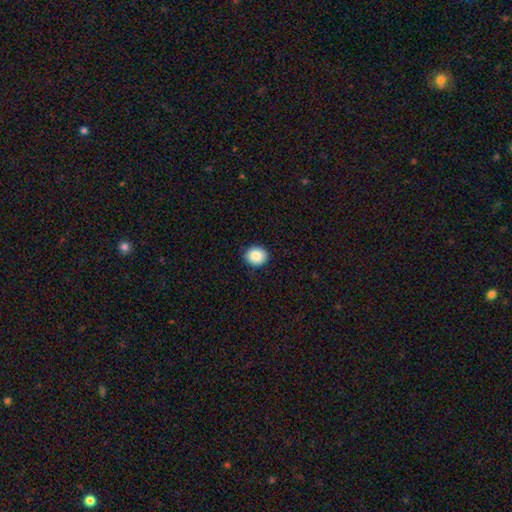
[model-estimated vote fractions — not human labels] Morphology: type=smooth (88%); roundness=round (81%); merging=none (90%).